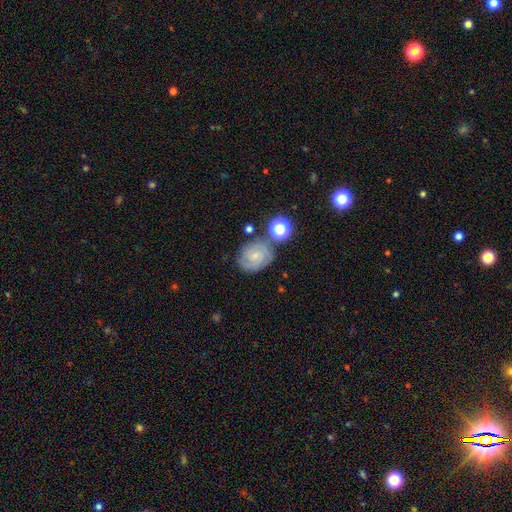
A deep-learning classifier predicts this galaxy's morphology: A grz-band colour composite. It shows a featured or disk galaxy (61%) with no bar (71%), 2 (35%) tight (65%) spiral arms (89%) and a small central bulge (70%). Merging: none (68%).